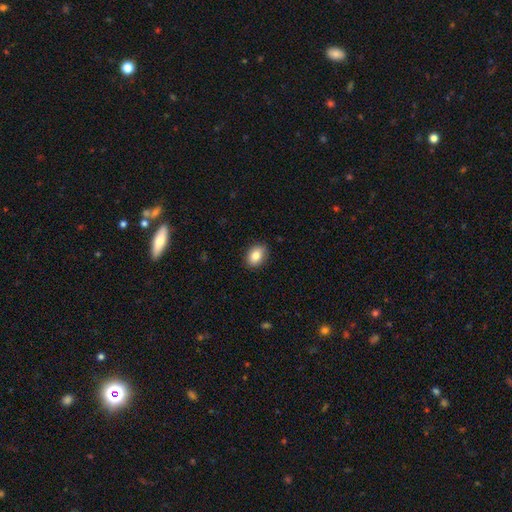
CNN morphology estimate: smooth 84%, star or artifact 8%, featured or disk 8%. Down the decision tree: how rounded — in between (72%); merging — none (88%).